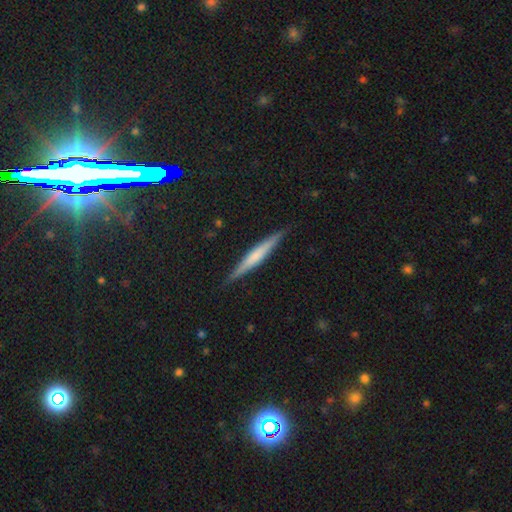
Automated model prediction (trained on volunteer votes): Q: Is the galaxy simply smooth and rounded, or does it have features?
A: featured or disk — 50%.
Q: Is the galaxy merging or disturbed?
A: none — 90%.